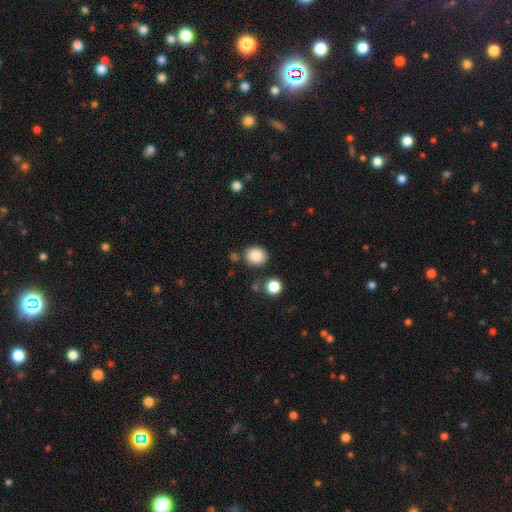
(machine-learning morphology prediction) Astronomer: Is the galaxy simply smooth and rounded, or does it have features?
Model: smooth — 87%.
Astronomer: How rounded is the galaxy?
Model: round — 70%.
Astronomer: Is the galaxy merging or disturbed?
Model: none — 79%.